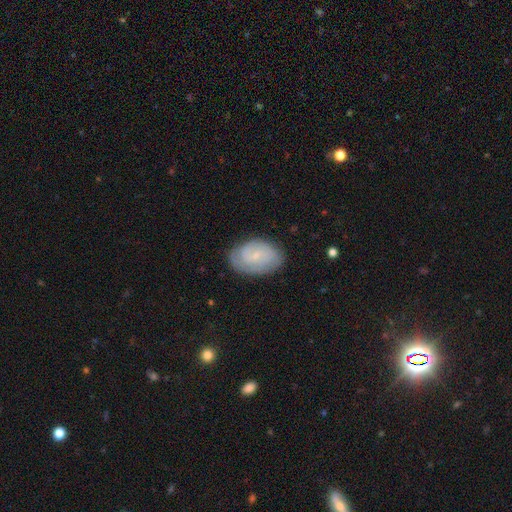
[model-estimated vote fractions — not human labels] This appears to be a featured or disk galaxy (59%) with no bar (55%), spiral arms (87%) and a small central bulge (77%). Merging: none (77%).